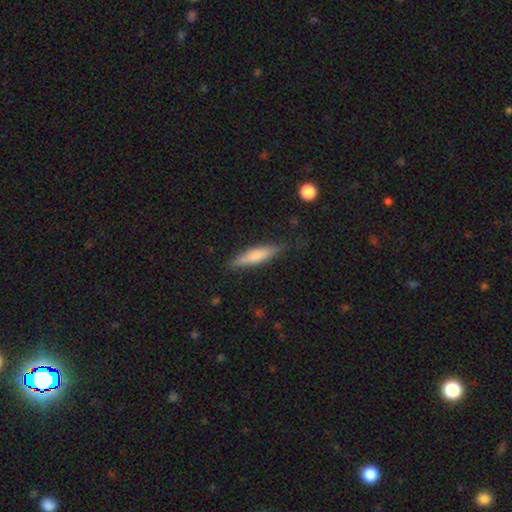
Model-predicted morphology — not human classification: Smooth or featured? smooth (69%)
How rounded? cigar-shaped (77%)
Merging? none (81%)